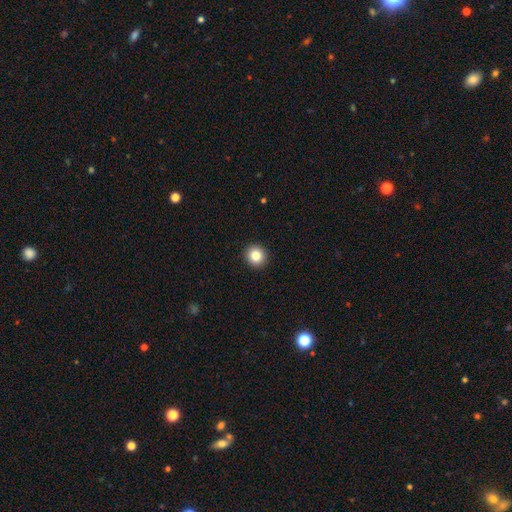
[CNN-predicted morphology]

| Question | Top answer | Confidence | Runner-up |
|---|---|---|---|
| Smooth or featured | smooth | 84% | star or artifact (10%) |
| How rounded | round | 91% | in between (8%) |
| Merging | none | 93% | minor disturbance (4%) |